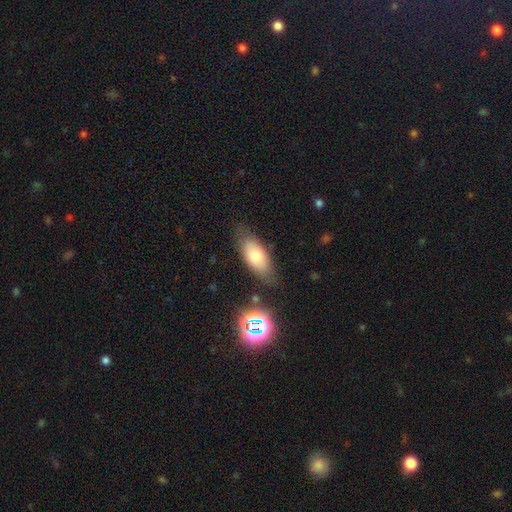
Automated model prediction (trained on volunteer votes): Smooth or featured? smooth (72%)
How rounded? in between (84%)
Merging? none (74%)